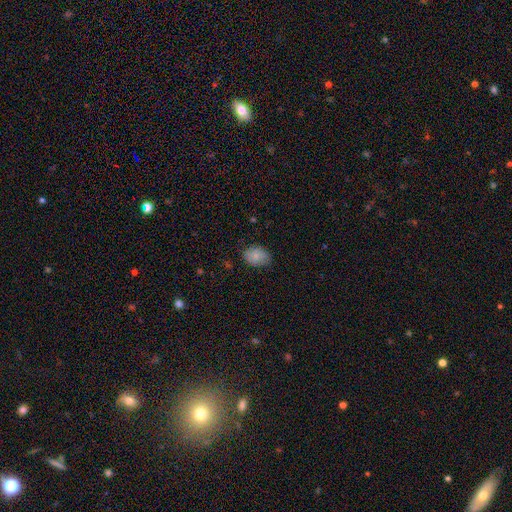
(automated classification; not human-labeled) Morphology: type=smooth (82%); roundness=in between (75%); merging=none (76%).